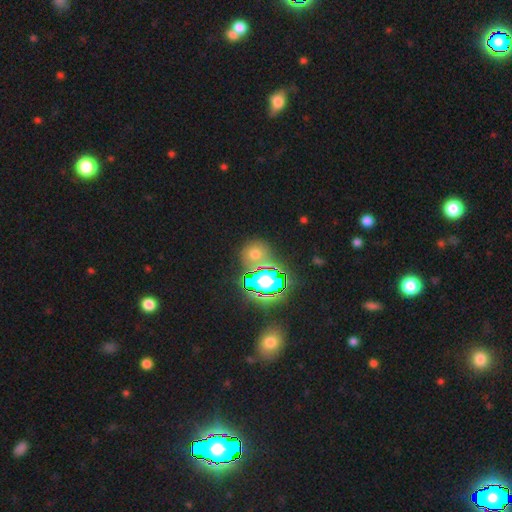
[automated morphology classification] star or artifact 54%, smooth 36%, featured or disk 10%.